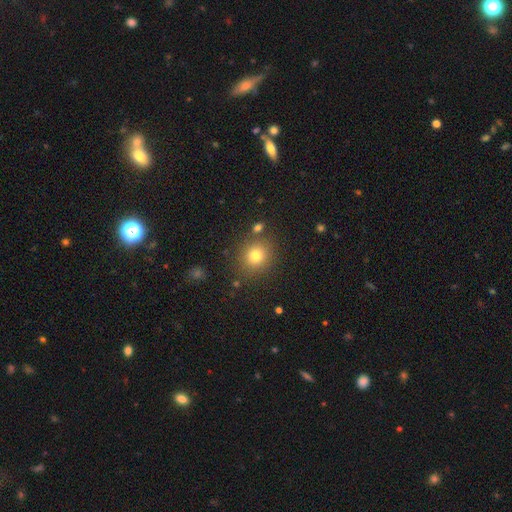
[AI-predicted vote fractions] Smooth or featured? smooth (77%)
How rounded? round (83%)
Merging? none (82%)